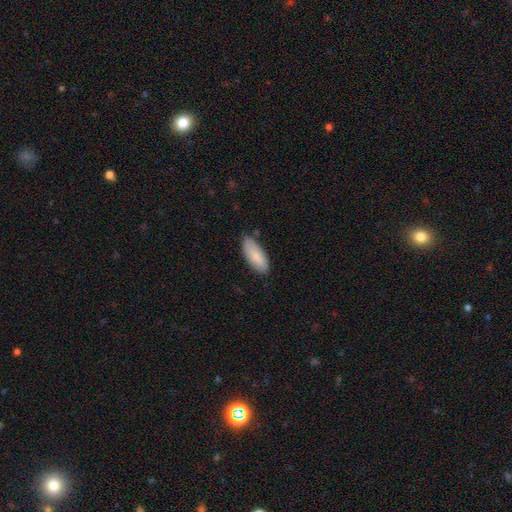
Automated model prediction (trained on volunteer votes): Smooth or featured? Predicted: smooth (p=0.85). How rounded? Predicted: in between (p=0.82). Merging? Predicted: none (p=0.77).